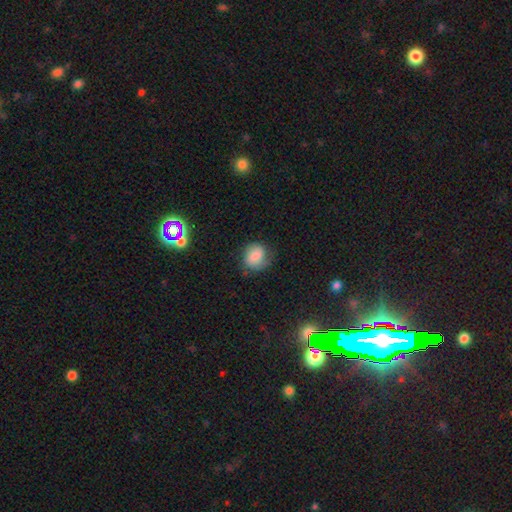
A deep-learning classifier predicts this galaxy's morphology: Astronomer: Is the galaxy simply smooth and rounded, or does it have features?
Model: smooth — 67%.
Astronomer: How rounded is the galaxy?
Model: round — 64%.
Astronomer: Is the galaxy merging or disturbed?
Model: none — 60%.